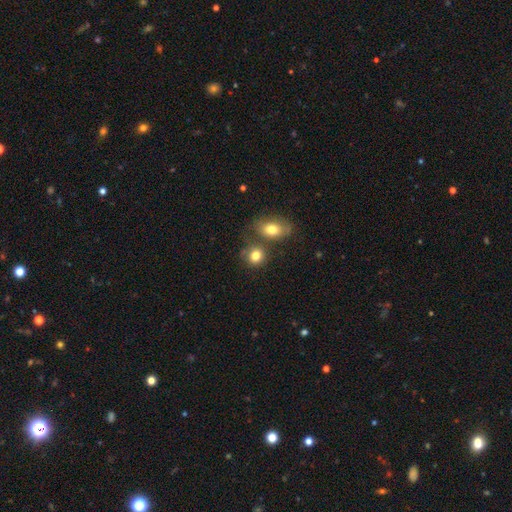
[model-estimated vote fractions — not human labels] Morphology: type=smooth (81%); roundness=round (70%); merging=none (57%).